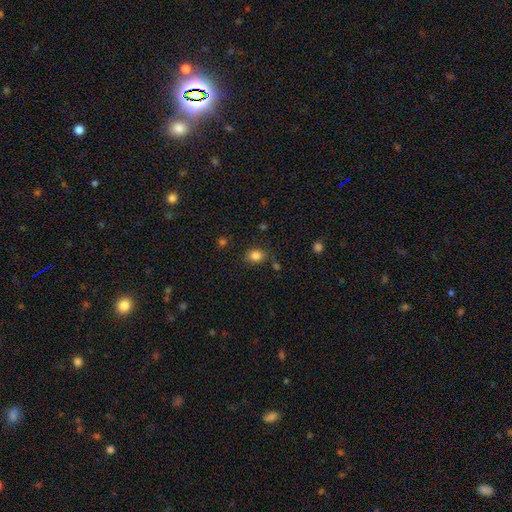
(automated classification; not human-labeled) Overall: smooth (83%). How rounded: in between (54%; round 45%). Merging: none (79%).